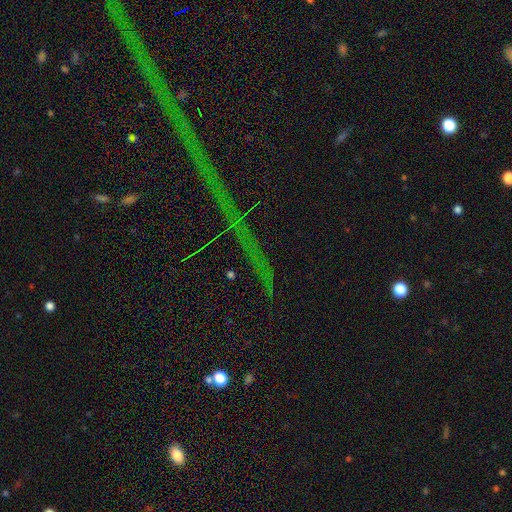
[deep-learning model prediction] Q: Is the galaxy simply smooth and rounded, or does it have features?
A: star or artifact — 85%.